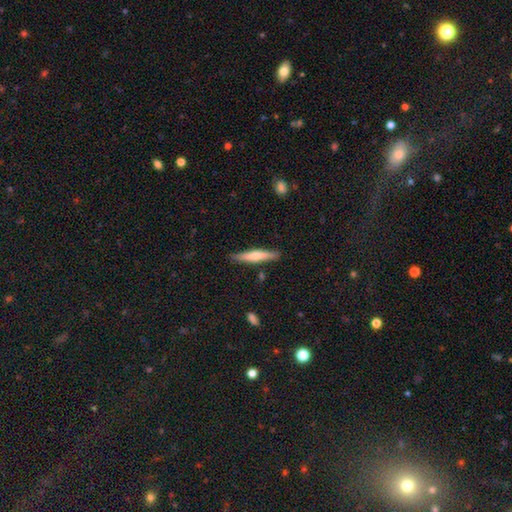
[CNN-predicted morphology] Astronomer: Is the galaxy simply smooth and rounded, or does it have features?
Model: smooth — 57% (runner-up: featured or disk, 37%).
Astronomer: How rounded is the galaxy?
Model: cigar-shaped — 90%.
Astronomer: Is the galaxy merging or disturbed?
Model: none — 87%.